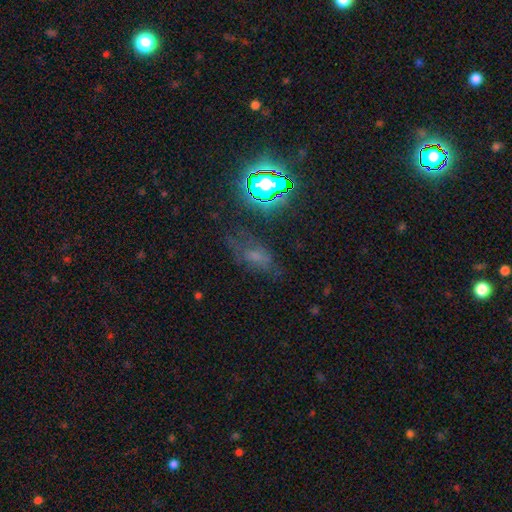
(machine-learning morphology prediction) Smooth or featured: smooth — 39% (star or artifact — 35%)
Merging: none — 59% (minor disturbance — 23%)